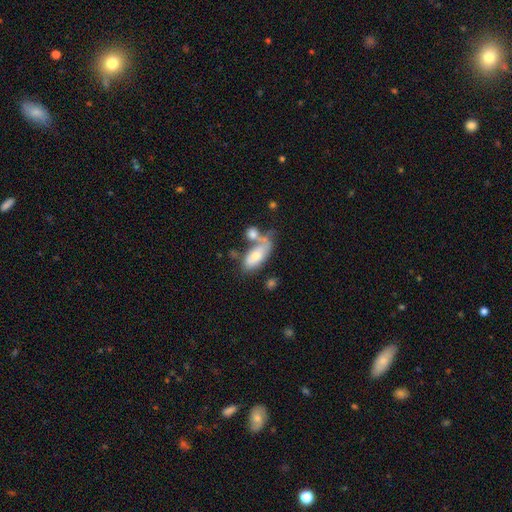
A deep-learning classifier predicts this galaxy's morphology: The model was most divided on "merging": merger: 40%, none: 30%, minor disturbance: 17%, major disturbance: 13%. More confident: how rounded — in between (86%); smooth or featured — smooth (62%).